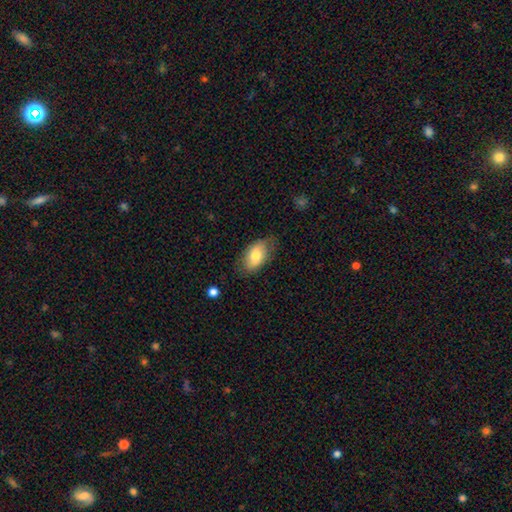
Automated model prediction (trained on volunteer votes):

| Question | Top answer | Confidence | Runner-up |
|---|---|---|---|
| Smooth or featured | smooth | 75% | featured or disk (19%) |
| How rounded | in between | 93% | round (5%) |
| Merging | none | 73% | minor disturbance (21%) |